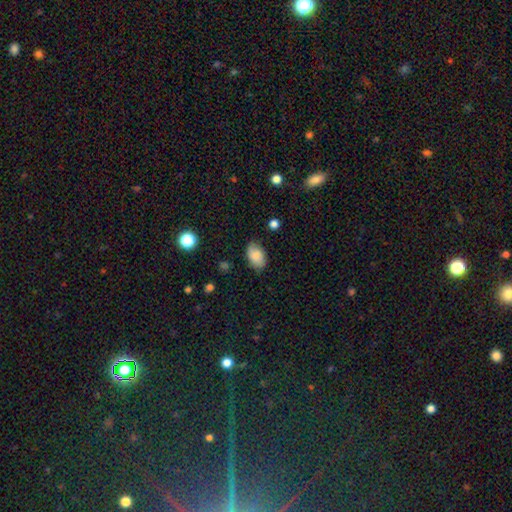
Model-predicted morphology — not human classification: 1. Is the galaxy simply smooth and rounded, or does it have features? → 80% smooth, 12% featured or disk, 8% star or artifact.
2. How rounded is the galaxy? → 90% in between, 9% round, 1% cigar-shaped.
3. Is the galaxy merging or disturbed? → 77% none, 18% minor disturbance, 3% major disturbance, 1% merger.